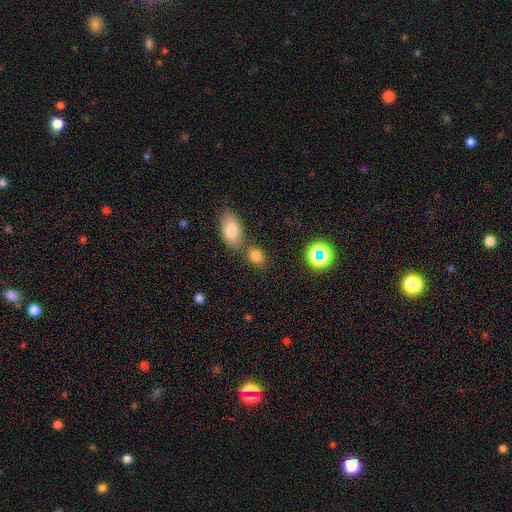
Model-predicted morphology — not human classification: Q: Smooth or featured?
A: smooth (79%); runner-up: star or artifact (14%)
Q: How rounded?
A: in between (59%); runner-up: round (39%)
Q: Merging?
A: none (64%); runner-up: merger (22%)